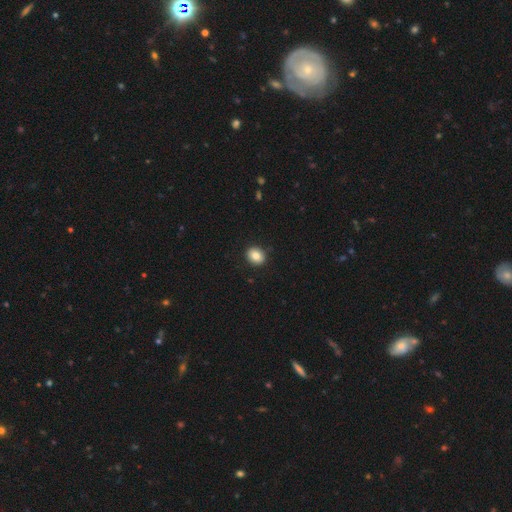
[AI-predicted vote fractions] Smooth or featured?
  - smooth: 84% *
  - star or artifact: 9%
  - featured or disk: 7%
How rounded?
  - round: 60% *
  - in between: 40%
  - cigar-shaped: 1%
Merging?
  - none: 91% *
  - minor disturbance: 6%
  - major disturbance: 2%
  - merger: 1%